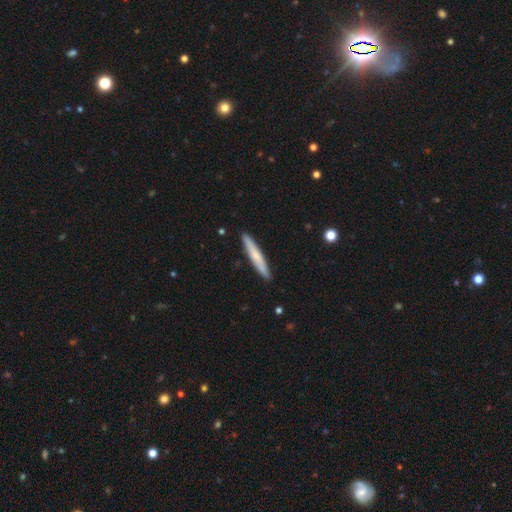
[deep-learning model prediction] A smooth galaxy with no disk features (65%) that is cigar-shaped (94%).

Vote fractions:
- Smooth or featured? smooth: 65% / featured or disk: 30% / star or artifact: 5%
- How rounded? cigar-shaped: 94% / in between: 4% / round: 1%
- Merging? none: 90% / minor disturbance: 7% / major disturbance: 1% / merger: 1%